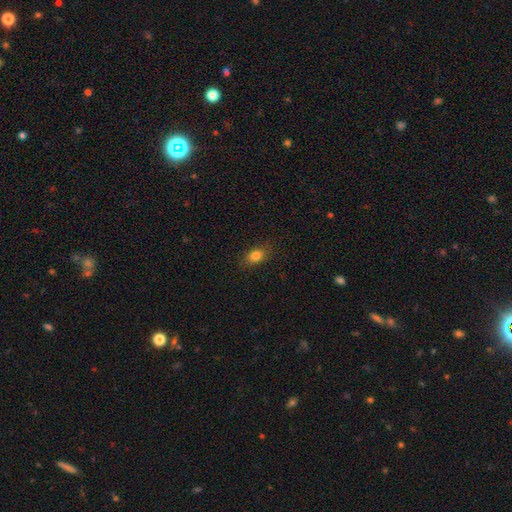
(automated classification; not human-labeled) Q: Smooth or featured?
A: smooth (82%); runner-up: star or artifact (10%)
Q: How rounded?
A: in between (73%); runner-up: round (23%)
Q: Merging?
A: none (84%); runner-up: minor disturbance (12%)